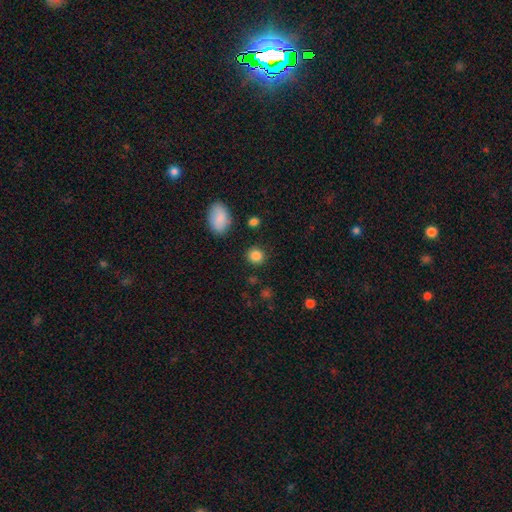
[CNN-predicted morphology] smooth-or-featured: smooth: 86% | star or artifact: 10% | featured or disk: 4%
  how-rounded: round: 86% | in between: 13% | cigar-shaped: 1%
  merging: none: 88% | minor disturbance: 7% | major disturbance: 3% | merger: 2%